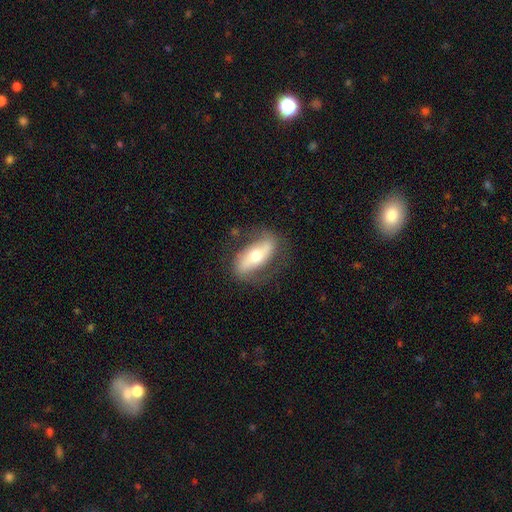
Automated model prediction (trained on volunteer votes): A featured or disk galaxy (56%). Merging: none (74%).